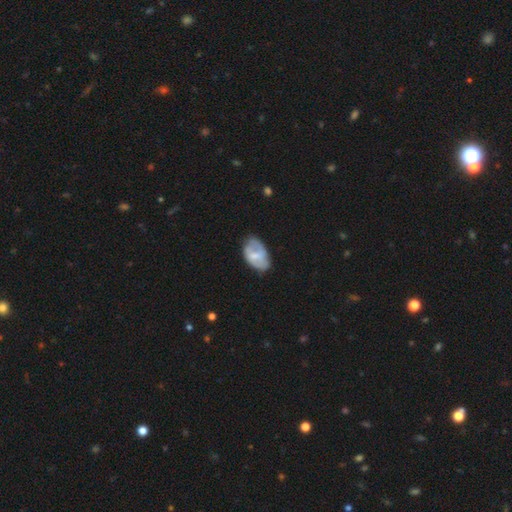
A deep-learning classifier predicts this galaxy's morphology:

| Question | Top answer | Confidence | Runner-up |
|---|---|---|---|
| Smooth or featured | smooth | 56% | featured or disk (37%) |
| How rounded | in between | 91% | round (7%) |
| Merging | none | 56% | minor disturbance (33%) |